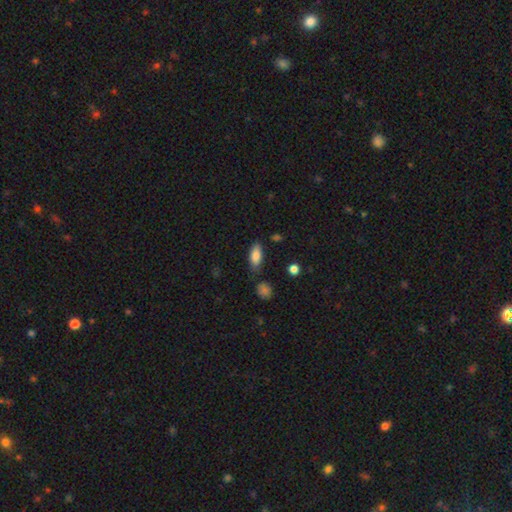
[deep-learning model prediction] A smooth galaxy with no disk features (83%) that is in between round and cigar-shaped (82%).

Vote fractions:
- Smooth or featured? smooth: 83% / featured or disk: 9% / star or artifact: 7%
- How rounded? in between: 82% / cigar-shaped: 15% / round: 2%
- Merging? none: 77% / minor disturbance: 16% / merger: 4% / major disturbance: 3%